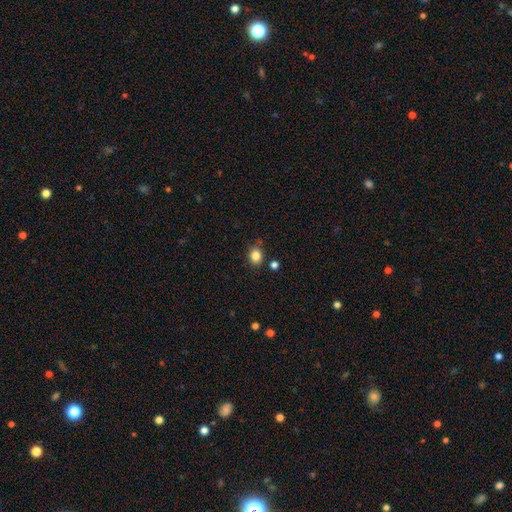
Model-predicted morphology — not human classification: This appears to be a smooth galaxy with no disk features (84%) that is round (61%). Merging: none (81%).